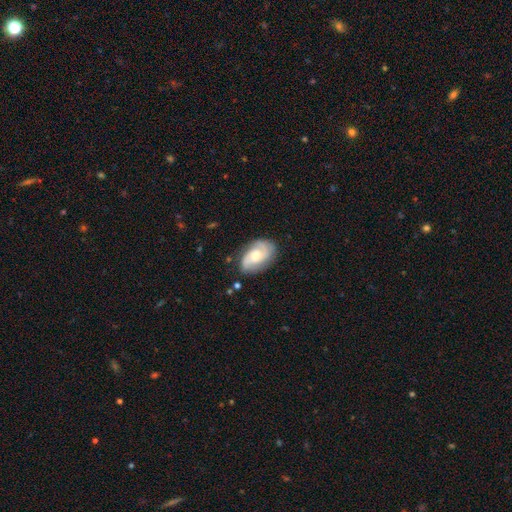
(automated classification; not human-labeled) The model was most divided on "spiral winding": medium: 44%, tight: 38%, loose: 18%. More confident: edge-on disk — no (96%); spiral arms — yes (93%); merging — none (74%); smooth or featured — featured or disk (72%); spiral arm count — 2 (64%); bulge size — moderate (61%); bar — no (58%).